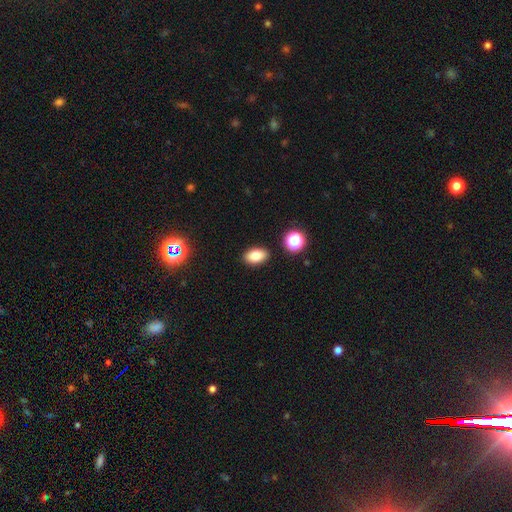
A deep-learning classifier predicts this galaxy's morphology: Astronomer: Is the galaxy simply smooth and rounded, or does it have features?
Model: smooth — 82%.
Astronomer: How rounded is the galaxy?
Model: in between — 89%.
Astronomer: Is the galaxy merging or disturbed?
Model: none — 87%.